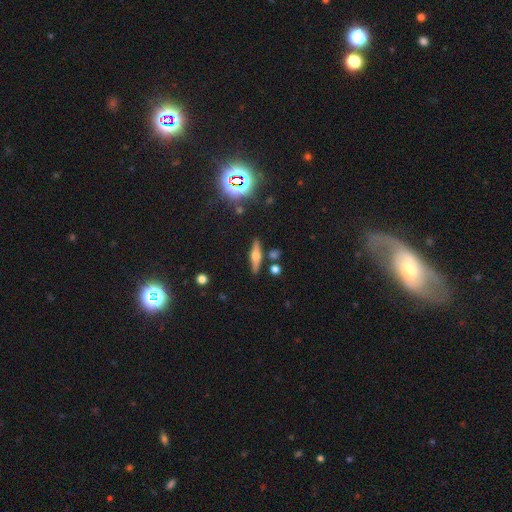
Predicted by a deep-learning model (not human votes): featured or disk 52%, smooth 37%, star or artifact 10%. Down the decision tree: edge-on disk — yes (92%); merging — none (83%).